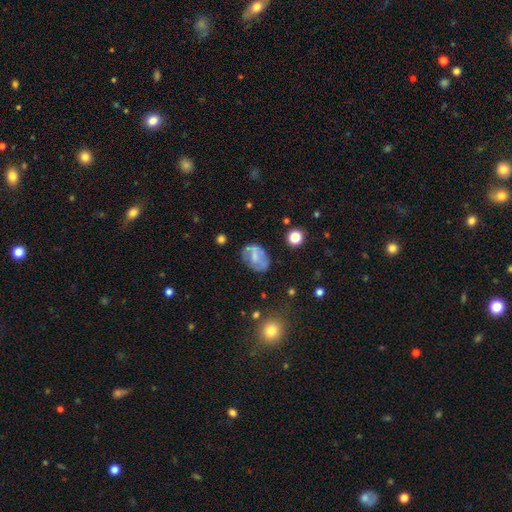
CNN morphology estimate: A smooth galaxy with no disk features (47%).

Vote fractions:
- Smooth or featured? smooth: 47% / featured or disk: 44% / star or artifact: 10%
- Merging? none: 59% / minor disturbance: 24% / major disturbance: 13% / merger: 4%